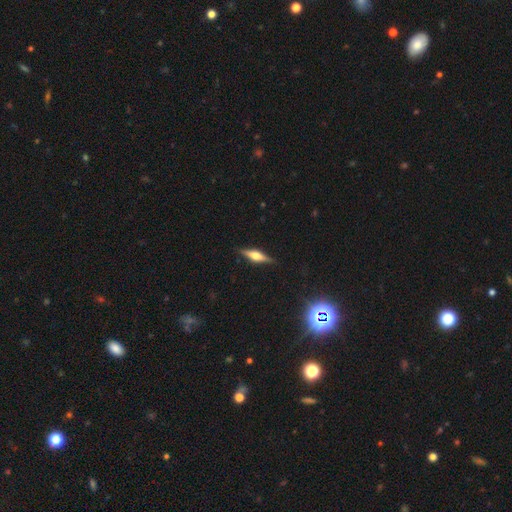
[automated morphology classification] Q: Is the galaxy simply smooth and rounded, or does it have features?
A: featured or disk — 67%.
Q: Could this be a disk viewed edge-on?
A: yes — 97%.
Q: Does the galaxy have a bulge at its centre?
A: rounded — 88%.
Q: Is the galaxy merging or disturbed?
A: none — 89%.